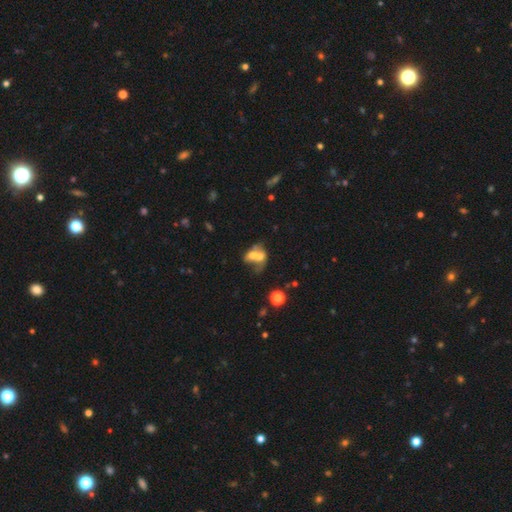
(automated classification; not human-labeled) smooth_or_featured: smooth (p=0.52) [alt: featured or disk p=0.36]
how_rounded: in between (p=0.63) [alt: round p=0.35]
merging: merger (p=0.70) [alt: none p=0.14]